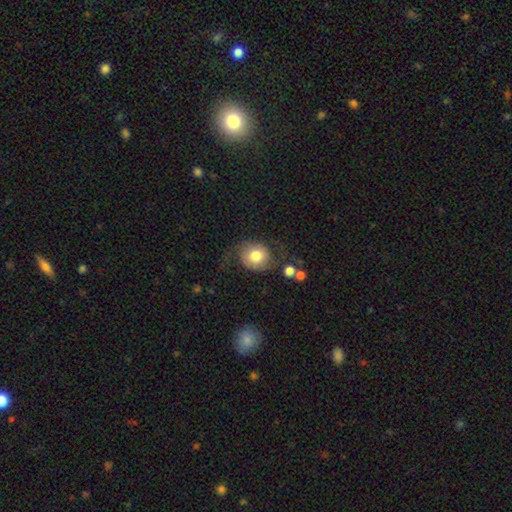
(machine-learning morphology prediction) Q: Smooth or featured?
A: smooth (49%); runner-up: featured or disk (43%)
Q: Merging?
A: none (57%); runner-up: major disturbance (20%)